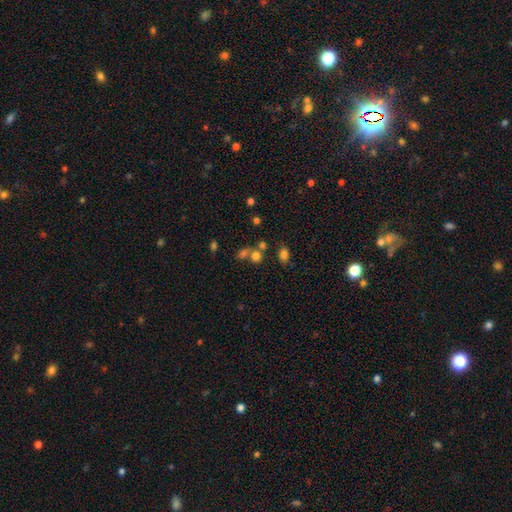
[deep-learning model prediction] smooth-or-featured: smooth: 71% | star or artifact: 18% | featured or disk: 10%
  how-rounded: round: 61% | in between: 38% | cigar-shaped: 2%
  merging: none: 50% | merger: 35% | minor disturbance: 10% | major disturbance: 5%